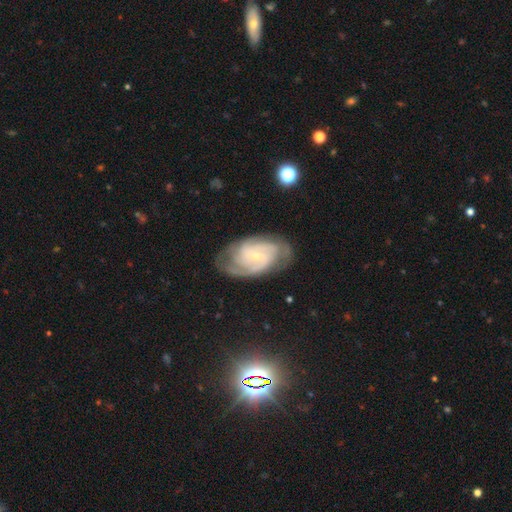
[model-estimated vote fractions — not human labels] Smooth or featured? Predicted: featured or disk (p=0.86). Edge-on disk? Predicted: no (p=0.97). Bar? Predicted: no (p=0.43). Spiral arms? Predicted: yes (p=0.97). Spiral winding? Predicted: tight (p=0.56). Spiral arm count? Predicted: 2 (p=0.41). Bulge size? Predicted: small (p=0.78). Merging? Predicted: none (p=0.74).